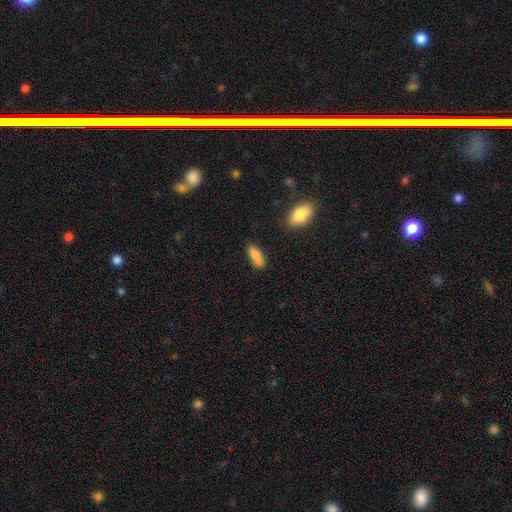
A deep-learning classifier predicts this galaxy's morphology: Smooth or featured?
  - smooth: 84% *
  - featured or disk: 8%
  - star or artifact: 8%
How rounded?
  - in between: 76% *
  - cigar-shaped: 21%
  - round: 2%
Merging?
  - none: 67% *
  - minor disturbance: 21%
  - merger: 8%
  - major disturbance: 4%